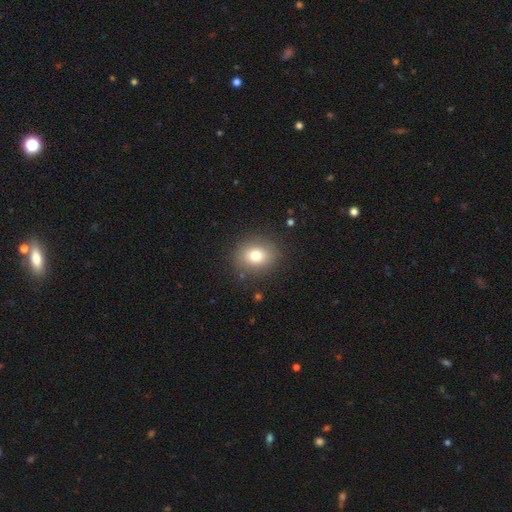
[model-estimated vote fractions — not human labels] smooth-or-featured: smooth: 77% | featured or disk: 11% | star or artifact: 11%
  how-rounded: round: 67% | in between: 32% | cigar-shaped: 1%
  merging: none: 86% | minor disturbance: 9% | major disturbance: 3% | merger: 1%